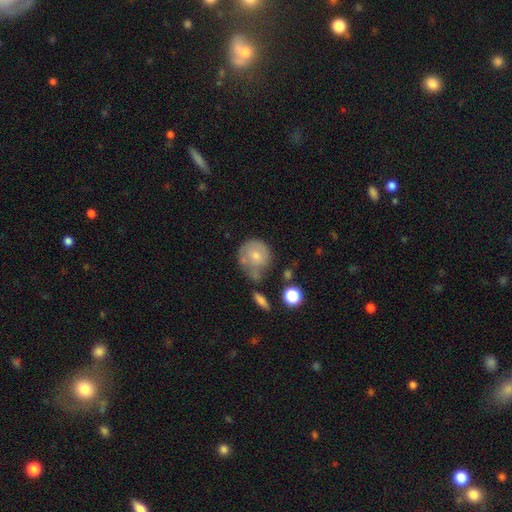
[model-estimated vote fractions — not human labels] Overall: smooth (67%). How rounded: round (84%). Merging: none (43%; minor disturbance 26%).